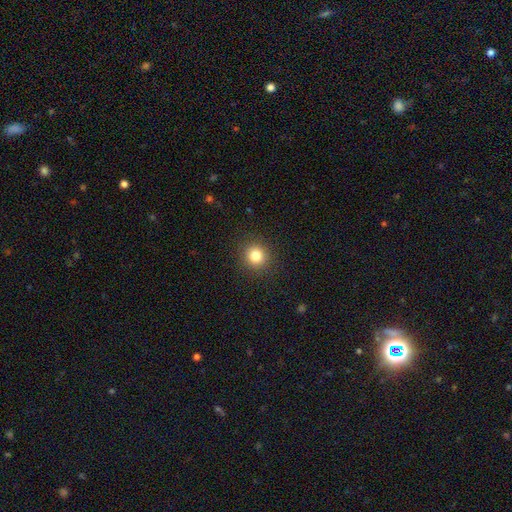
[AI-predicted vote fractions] Smooth or featured: smooth — 81% (star or artifact — 12%)
How rounded: round — 92% (in between — 7%)
Merging: none — 91% (minor disturbance — 6%)